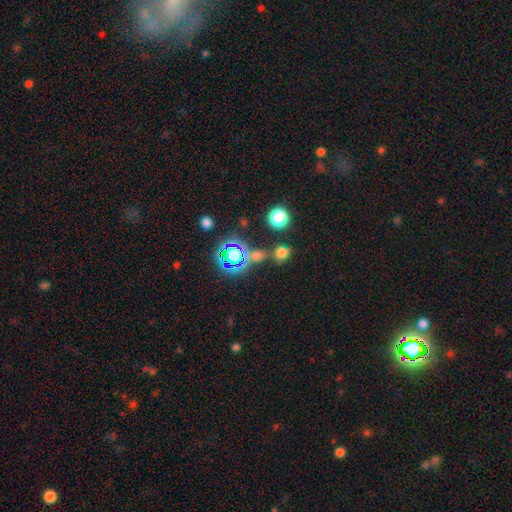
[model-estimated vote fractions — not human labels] smooth_or_featured: star or artifact (p=0.50) [alt: smooth p=0.42]